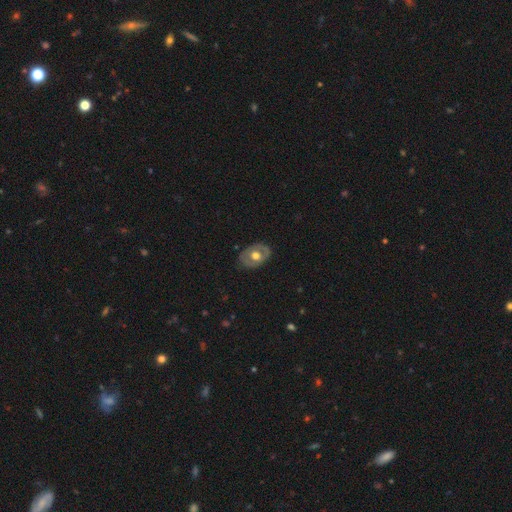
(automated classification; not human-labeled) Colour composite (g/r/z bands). It shows a featured or disk galaxy (53%). Merging: none (79%).